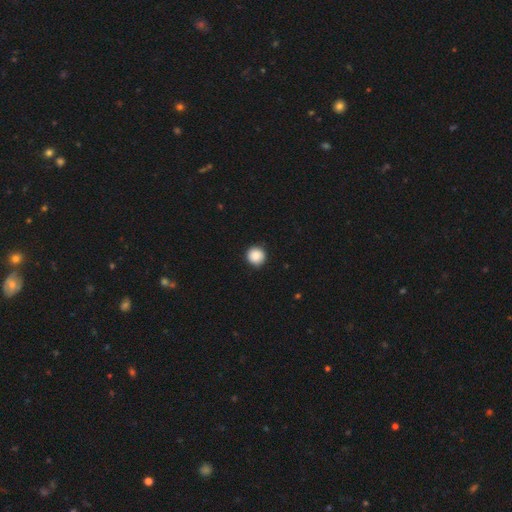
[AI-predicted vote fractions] Overall: smooth (88%). How rounded: round (95%). Merging: none (91%).